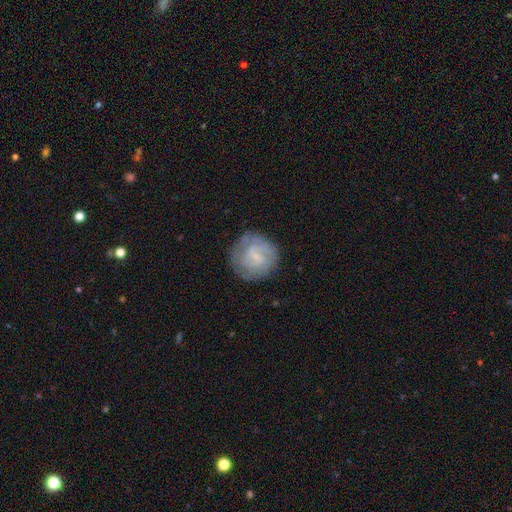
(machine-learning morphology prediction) Smooth or featured? Predicted: featured or disk (p=0.53). Edge-on disk? Predicted: no (p=0.98). Bar? Predicted: weak (p=0.52). Spiral arms? Predicted: yes (p=0.73). Bulge size? Predicted: small (p=0.65). Merging? Predicted: none (p=0.73).